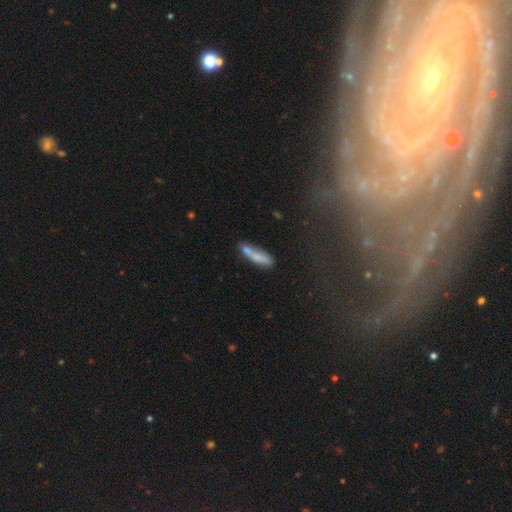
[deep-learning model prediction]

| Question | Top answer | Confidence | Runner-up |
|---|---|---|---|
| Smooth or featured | smooth | 65% | featured or disk (27%) |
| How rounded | cigar-shaped | 73% | in between (25%) |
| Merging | none | 48% | merger (24%) |